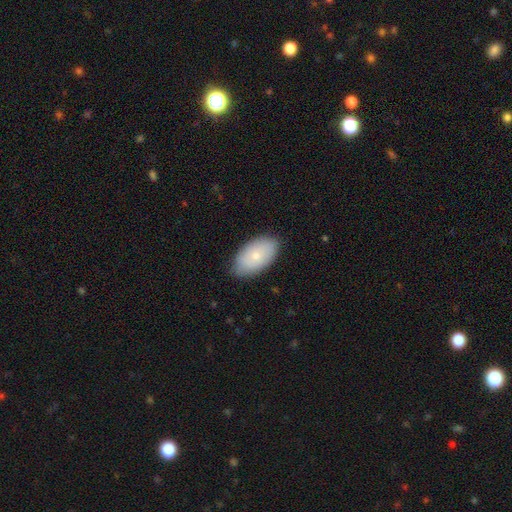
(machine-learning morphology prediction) Q: Smooth or featured?
A: smooth (77%); runner-up: featured or disk (17%)
Q: How rounded?
A: in between (94%); runner-up: round (4%)
Q: Merging?
A: none (83%); runner-up: minor disturbance (14%)